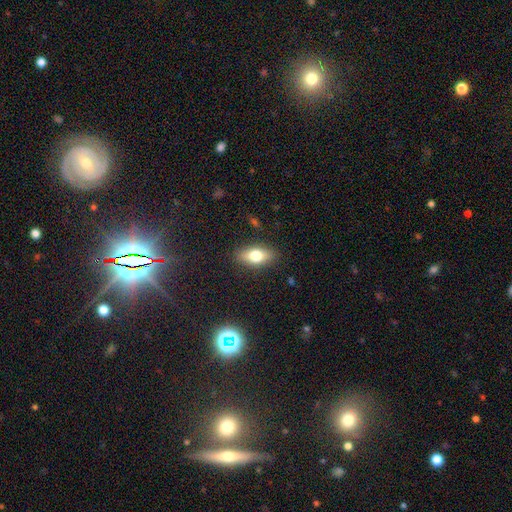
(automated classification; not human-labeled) smooth_or_featured: smooth (p=0.71) [alt: featured or disk p=0.20]
how_rounded: in between (p=0.83) [alt: cigar-shaped p=0.10]
merging: none (p=0.87) [alt: minor disturbance p=0.09]